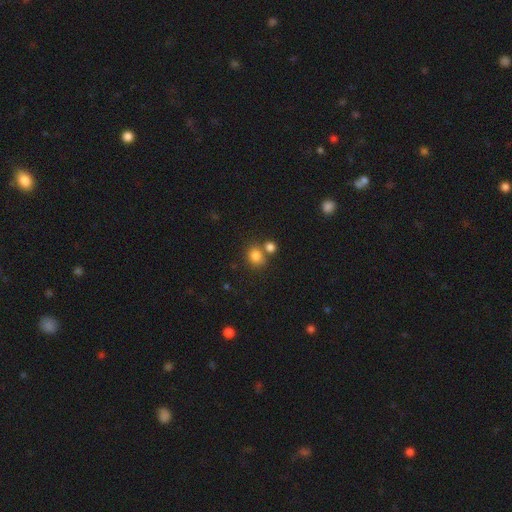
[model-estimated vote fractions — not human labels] smooth_or_featured: smooth (p=0.82) [alt: star or artifact p=0.12]
how_rounded: round (p=0.67) [alt: in between p=0.32]
merging: none (p=0.59) [alt: merger p=0.26]